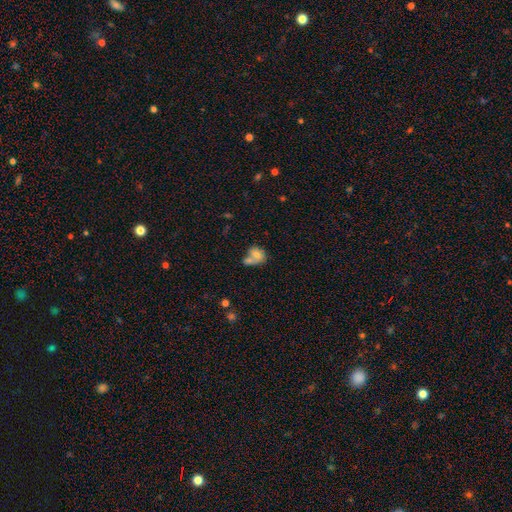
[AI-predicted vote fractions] smooth_or_featured: smooth (p=0.67) [alt: featured or disk p=0.23]
how_rounded: in between (p=0.52) [alt: round p=0.46]
merging: merger (p=0.50) [alt: none p=0.30]